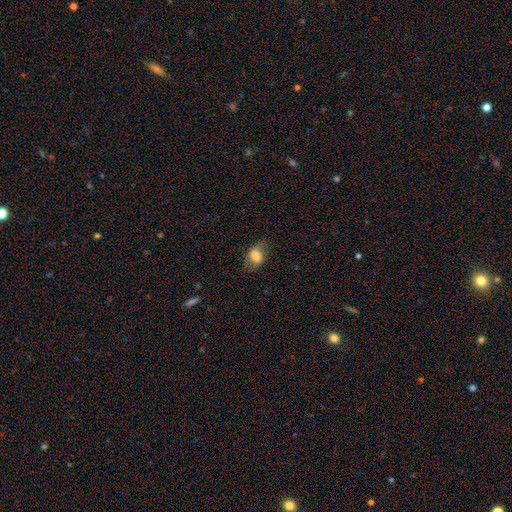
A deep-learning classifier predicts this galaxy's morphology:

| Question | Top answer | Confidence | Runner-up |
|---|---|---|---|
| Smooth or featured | smooth | 73% | featured or disk (18%) |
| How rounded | in between | 75% | round (23%) |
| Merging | none | 65% | minor disturbance (24%) |